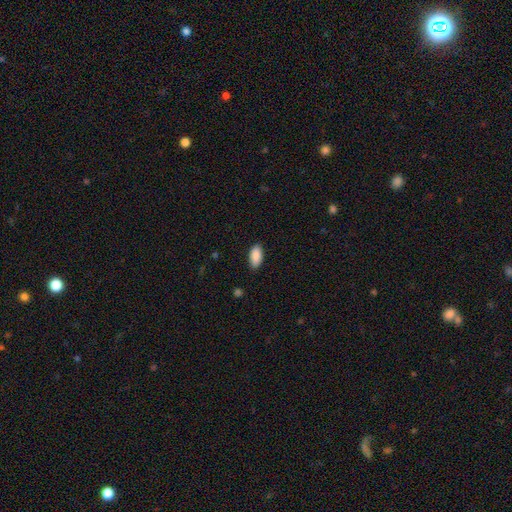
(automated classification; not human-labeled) This appears to be a smooth galaxy with no disk features (90%) that is in between round and cigar-shaped (91%). Merging: none (86%).